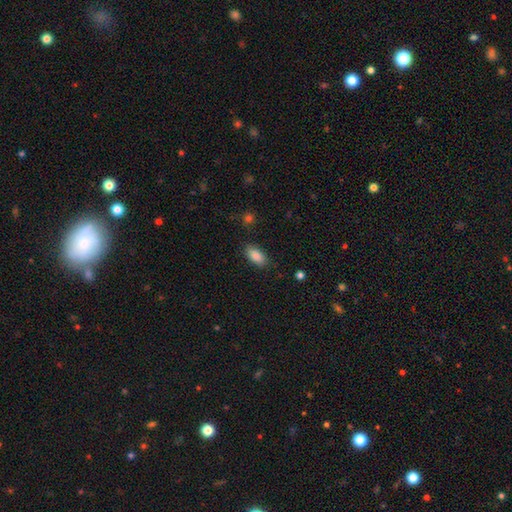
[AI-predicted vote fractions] This appears to be a smooth galaxy with no disk features (87%) that is in between round and cigar-shaped (92%). Merging: none (85%).